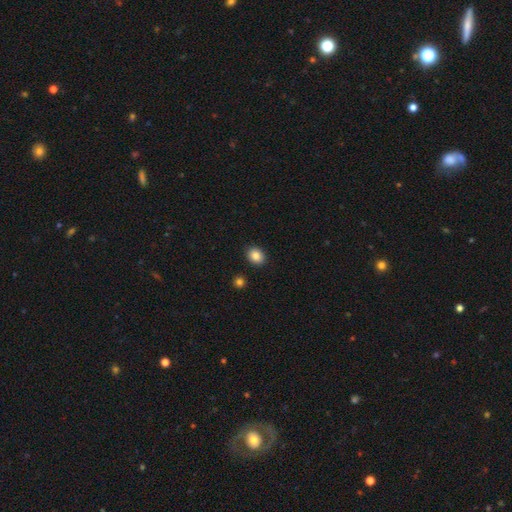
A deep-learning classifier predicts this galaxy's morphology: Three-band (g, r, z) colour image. It shows a smooth galaxy with no disk features (85%) that is in between round and cigar-shaped (52%). Merging: none (90%).